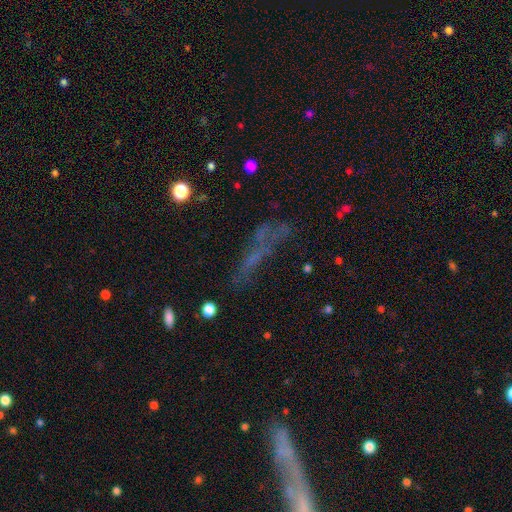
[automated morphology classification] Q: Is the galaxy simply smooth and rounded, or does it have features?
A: smooth — 37%.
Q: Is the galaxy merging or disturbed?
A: none — 46%.